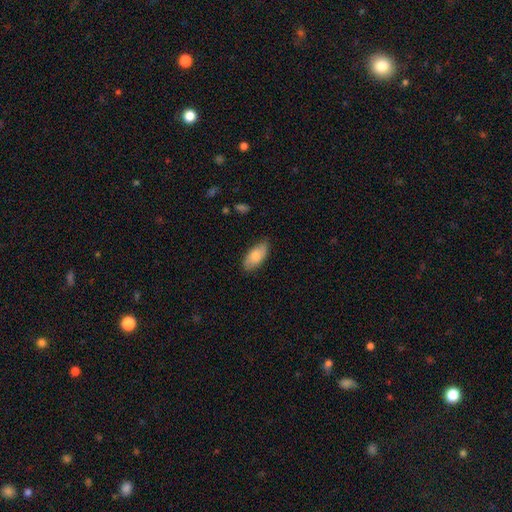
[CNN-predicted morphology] Smooth or featured?
  - smooth: 79% *
  - featured or disk: 15%
  - star or artifact: 6%
How rounded?
  - in between: 91% *
  - cigar-shaped: 7%
  - round: 2%
Merging?
  - none: 80% *
  - minor disturbance: 16%
  - major disturbance: 3%
  - merger: 1%